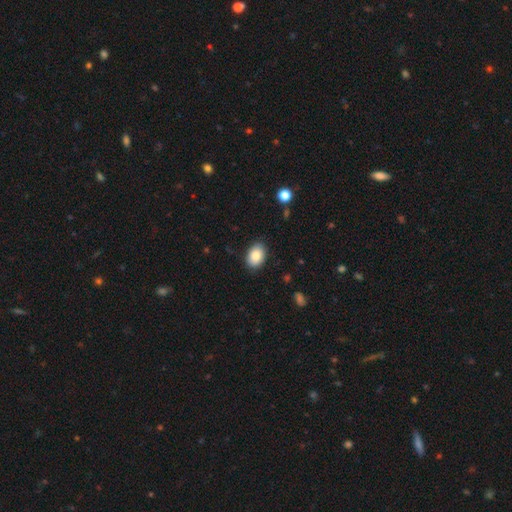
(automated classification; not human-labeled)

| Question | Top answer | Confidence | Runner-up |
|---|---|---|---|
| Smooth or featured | smooth | 85% | featured or disk (8%) |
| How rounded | in between | 84% | round (15%) |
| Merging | none | 86% | minor disturbance (11%) |